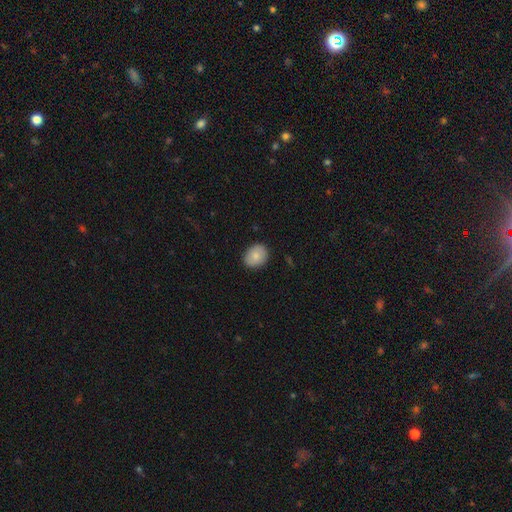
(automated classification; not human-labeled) A smooth galaxy with no disk features (83%) that is in between round and cigar-shaped (57%). Merging: none (86%).